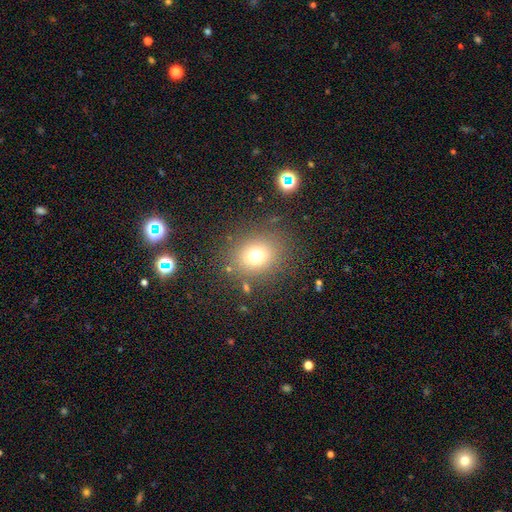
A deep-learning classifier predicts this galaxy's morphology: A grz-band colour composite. It shows a smooth galaxy with no disk features (71%) that is round (68%). Merging: none (82%).